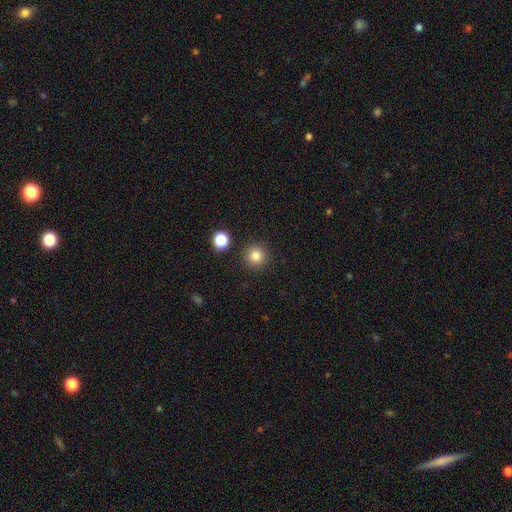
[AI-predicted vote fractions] Morphology: type=smooth (82%); roundness=round (95%); merging=none (90%).